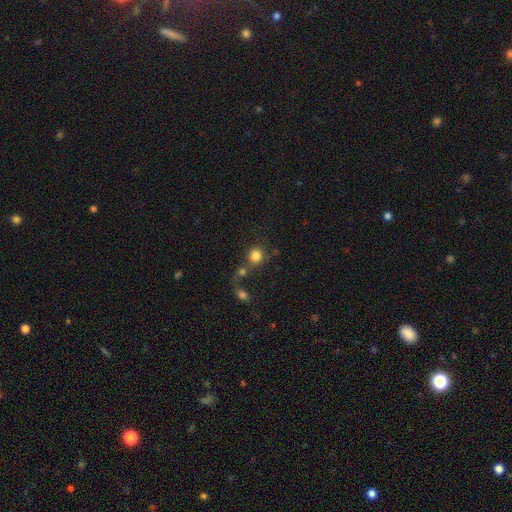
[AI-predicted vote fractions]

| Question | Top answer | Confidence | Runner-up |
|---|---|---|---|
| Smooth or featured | smooth | 82% | star or artifact (11%) |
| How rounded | round | 86% | in between (13%) |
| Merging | none | 53% | merger (31%) |